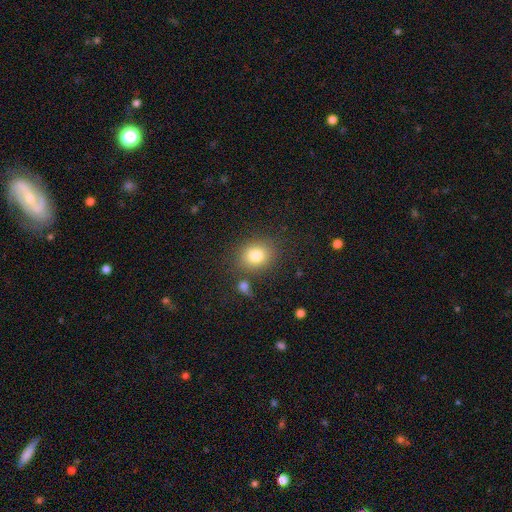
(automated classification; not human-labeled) smooth 80%, star or artifact 11%, featured or disk 9%. Down the decision tree: how rounded — round (64%); merging — none (77%).